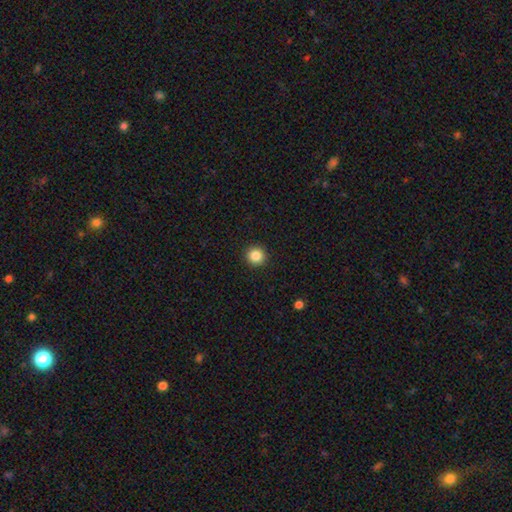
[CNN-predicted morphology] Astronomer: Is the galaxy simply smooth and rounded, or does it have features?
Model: smooth — 85%.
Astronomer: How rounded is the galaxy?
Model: round — 95%.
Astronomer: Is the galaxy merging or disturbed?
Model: none — 93%.